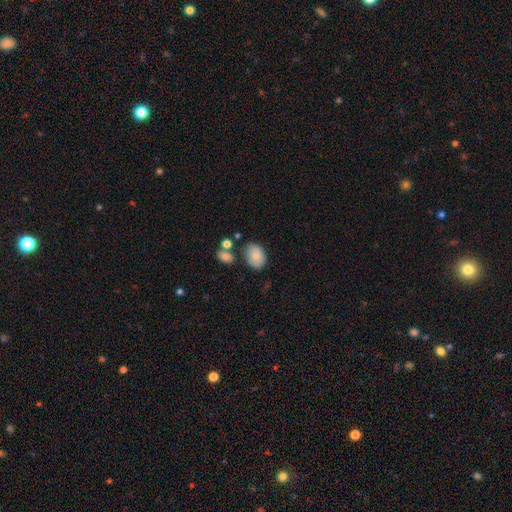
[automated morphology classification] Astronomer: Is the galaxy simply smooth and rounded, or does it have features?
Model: smooth — 81%.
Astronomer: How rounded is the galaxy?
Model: in between — 78%.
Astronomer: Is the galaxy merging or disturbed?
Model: none — 69%.